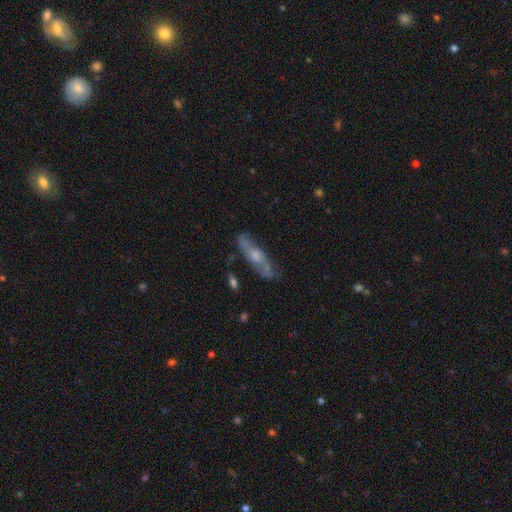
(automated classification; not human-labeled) Q: Smooth or featured?
A: featured or disk (66%); runner-up: smooth (26%)
Q: Edge-on disk?
A: no (59%); runner-up: yes (41%)
Q: Merging?
A: none (76%); runner-up: minor disturbance (16%)